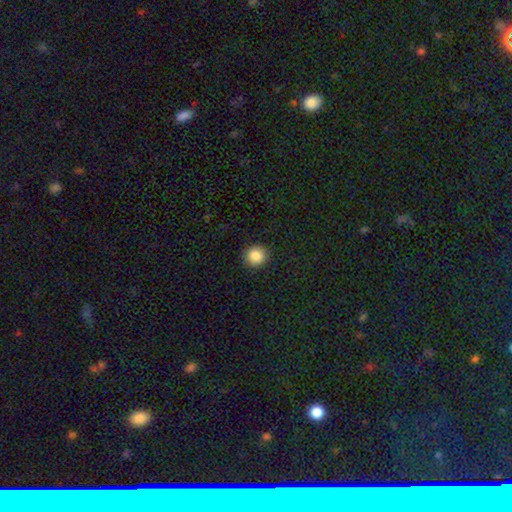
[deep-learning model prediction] Q: Smooth or featured?
A: smooth (86%); runner-up: star or artifact (9%)
Q: How rounded?
A: round (89%); runner-up: in between (10%)
Q: Merging?
A: none (91%); runner-up: minor disturbance (6%)